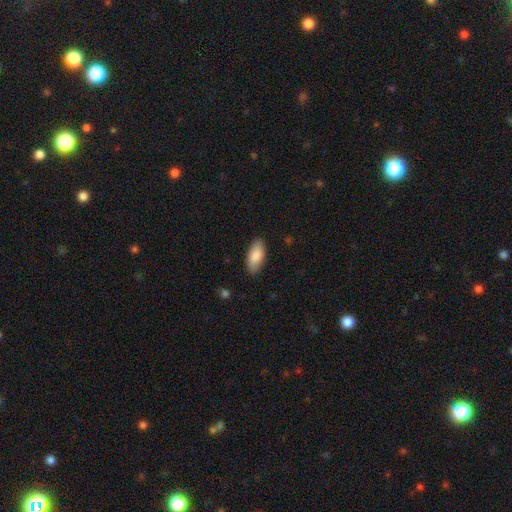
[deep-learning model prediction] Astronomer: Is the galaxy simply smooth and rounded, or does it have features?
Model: smooth — 86%.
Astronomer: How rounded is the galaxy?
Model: in between — 89%.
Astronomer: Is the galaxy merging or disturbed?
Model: none — 86%.